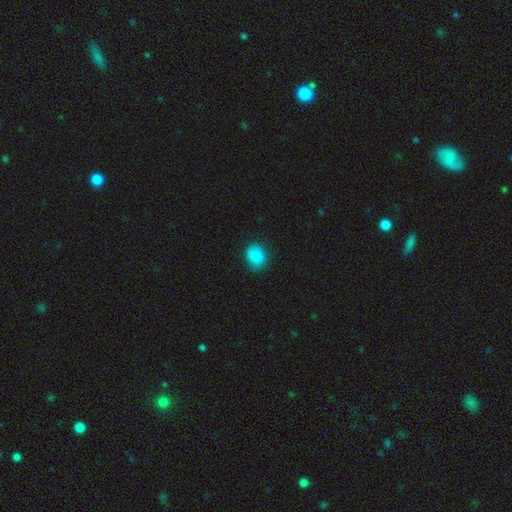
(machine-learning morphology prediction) type=smooth (87%); roundness=round (54%); merging=none (79%).